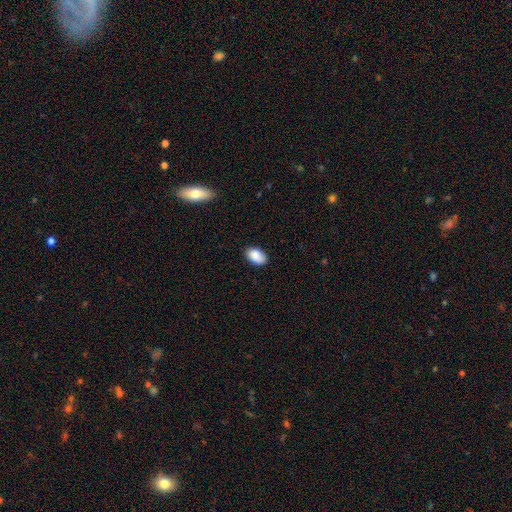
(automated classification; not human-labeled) smooth-or-featured: smooth: 88% | star or artifact: 7% | featured or disk: 5%
  how-rounded: in between: 91% | round: 8% | cigar-shaped: 1%
  merging: none: 83% | minor disturbance: 14% | major disturbance: 2% | merger: 1%